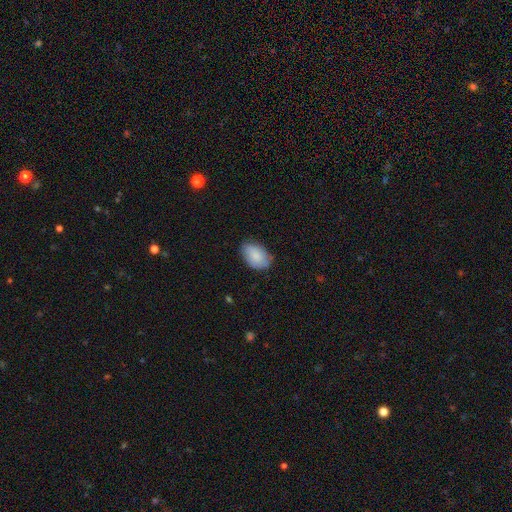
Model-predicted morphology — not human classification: The model was most divided on "merging": none: 73%, minor disturbance: 22%, major disturbance: 4%, merger: 1%. More confident: how rounded — in between (90%); smooth or featured — smooth (85%).